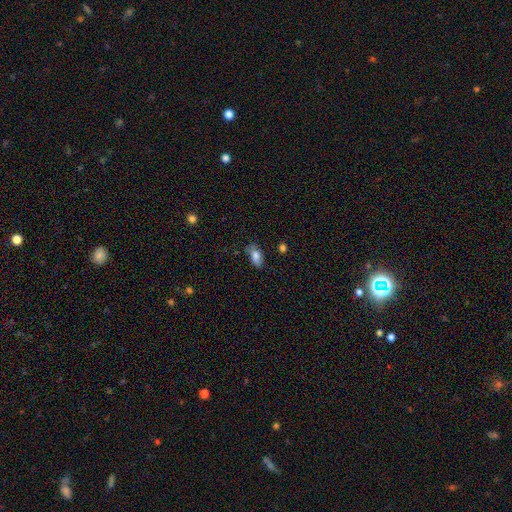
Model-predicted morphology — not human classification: A smooth galaxy with no disk features (78%) that is in between round and cigar-shaped (90%). Merging: none (62%).